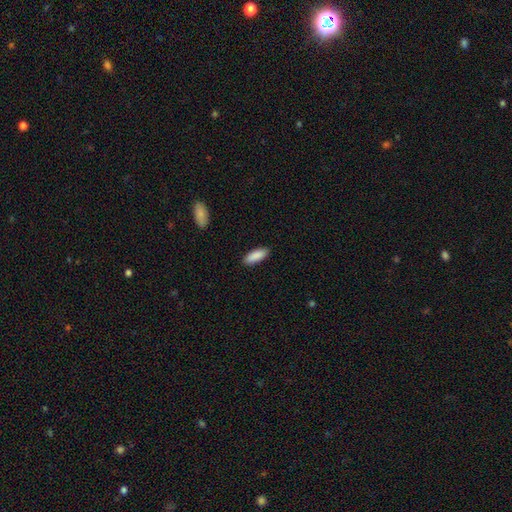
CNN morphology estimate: This appears to be a smooth galaxy with no disk features (90%) that is in between round and cigar-shaped (66%). Merging: none (89%).